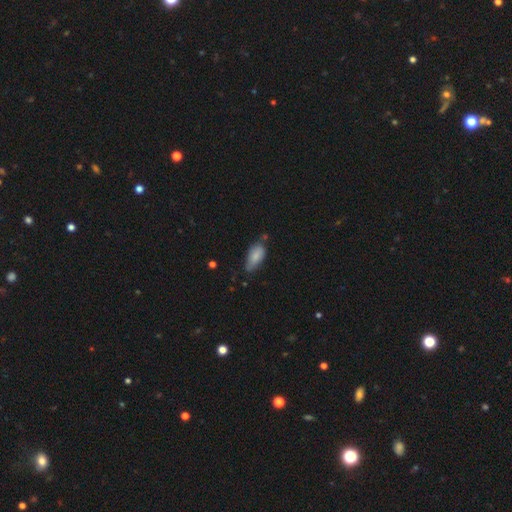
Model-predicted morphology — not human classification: Smooth or featured: smooth — 81% (featured or disk — 12%)
How rounded: in between — 88% (cigar-shaped — 9%)
Merging: none — 49% (minor disturbance — 39%)